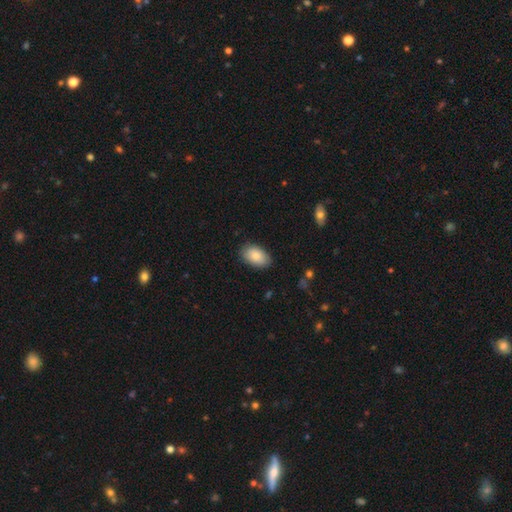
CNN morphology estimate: Smooth or featured: smooth — 85% (featured or disk — 9%)
How rounded: in between — 92% (round — 6%)
Merging: none — 84% (minor disturbance — 13%)